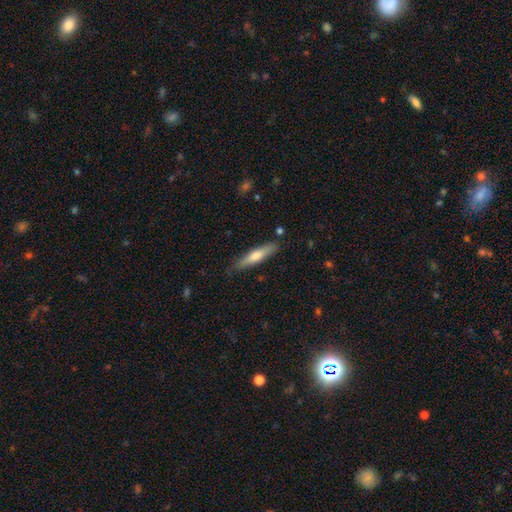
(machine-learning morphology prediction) This appears to be a smooth galaxy with no disk features (56%) that is cigar-shaped (87%). Merging: none (83%).